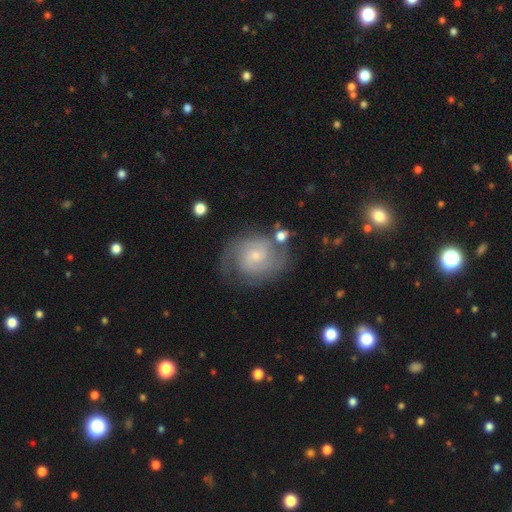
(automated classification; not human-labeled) A featured or disk galaxy (84%) with no bar (58%), 2 (59%) tight (54%) spiral arms (96%) and a small central bulge (70%). Merging: none (72%).